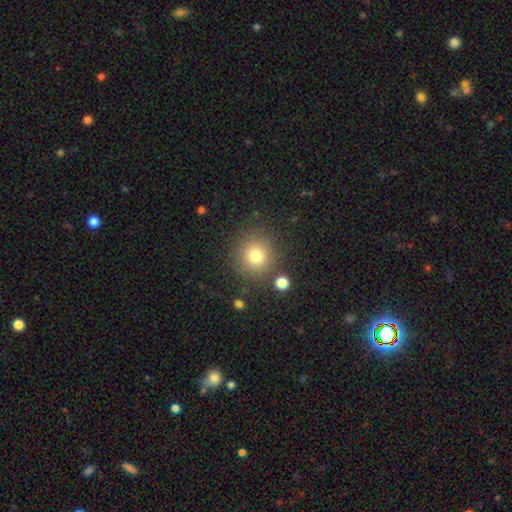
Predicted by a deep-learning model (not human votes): smooth 77%, star or artifact 13%, featured or disk 9%. Down the decision tree: how rounded — round (90%); merging — none (82%).